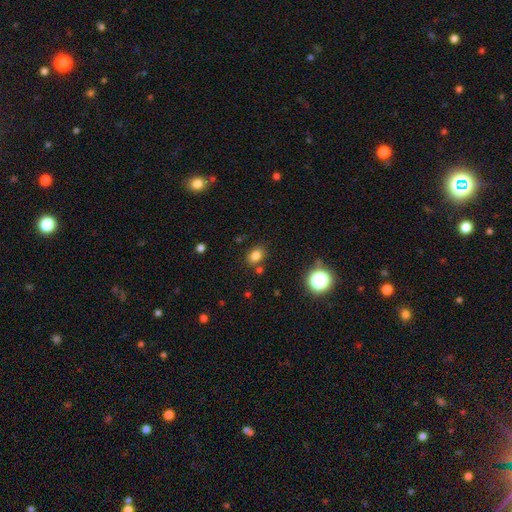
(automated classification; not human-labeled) smooth-or-featured: smooth: 80% | star or artifact: 14% | featured or disk: 6%
  how-rounded: in between: 63% | round: 36% | cigar-shaped: 1%
  merging: none: 79% | minor disturbance: 11% | merger: 7% | major disturbance: 3%